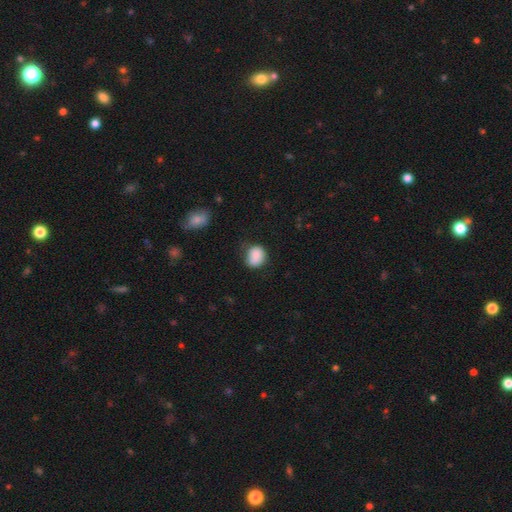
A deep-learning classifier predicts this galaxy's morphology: This appears to be a smooth galaxy with no disk features (85%) that is round (61%). Merging: none (58%).